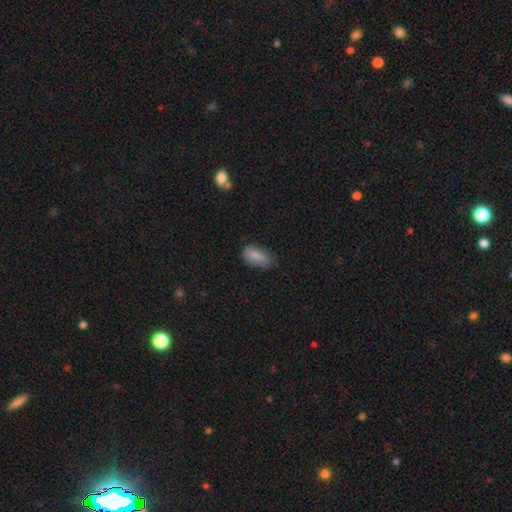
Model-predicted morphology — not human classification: smooth-or-featured: smooth: 84% | featured or disk: 9% | star or artifact: 8%
  how-rounded: in between: 90% | cigar-shaped: 6% | round: 3%
  merging: none: 64% | minor disturbance: 28% | major disturbance: 6% | merger: 1%